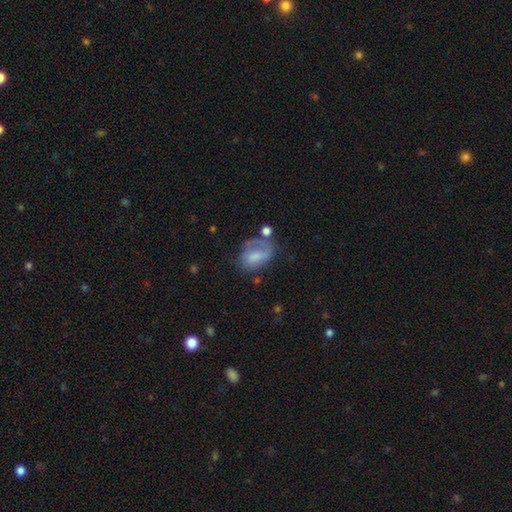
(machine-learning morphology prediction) This appears to be a smooth galaxy with no disk features (51%) that is in between round and cigar-shaped (75%). Merging: none (36%).